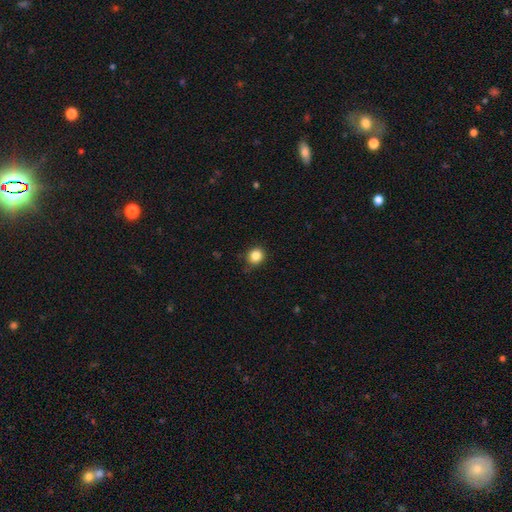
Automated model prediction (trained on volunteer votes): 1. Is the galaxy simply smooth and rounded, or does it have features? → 85% smooth, 11% star or artifact, 4% featured or disk.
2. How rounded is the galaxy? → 82% round, 17% in between, 1% cigar-shaped.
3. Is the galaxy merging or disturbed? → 80% none, 16% minor disturbance, 3% major disturbance, 1% merger.